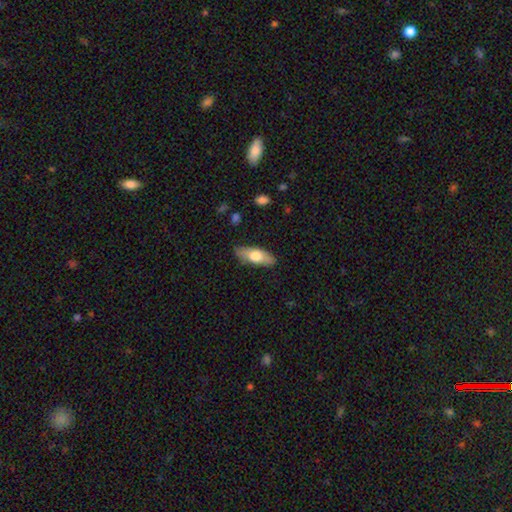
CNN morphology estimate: Smooth or featured: smooth — 65% (featured or disk — 29%)
How rounded: in between — 71% (cigar-shaped — 26%)
Merging: none — 81% (minor disturbance — 15%)